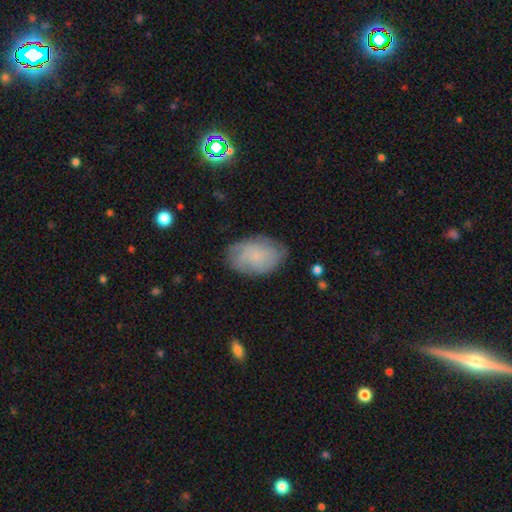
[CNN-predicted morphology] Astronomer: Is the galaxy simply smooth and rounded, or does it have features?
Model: featured or disk — 46% (runner-up: smooth, 44%).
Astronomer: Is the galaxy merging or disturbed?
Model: none — 74%.